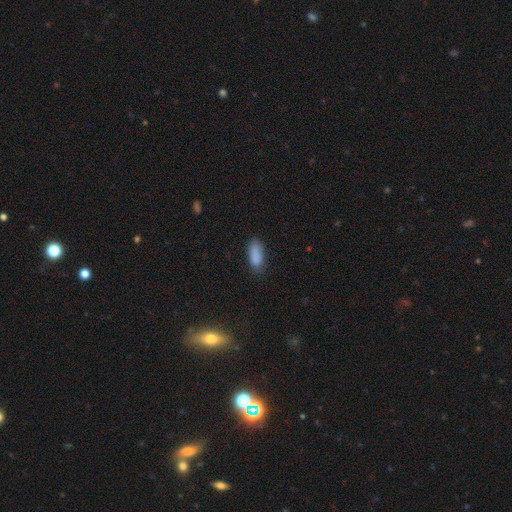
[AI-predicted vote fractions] Overall: smooth (87%). How rounded: in between (81%). Merging: none (73%).